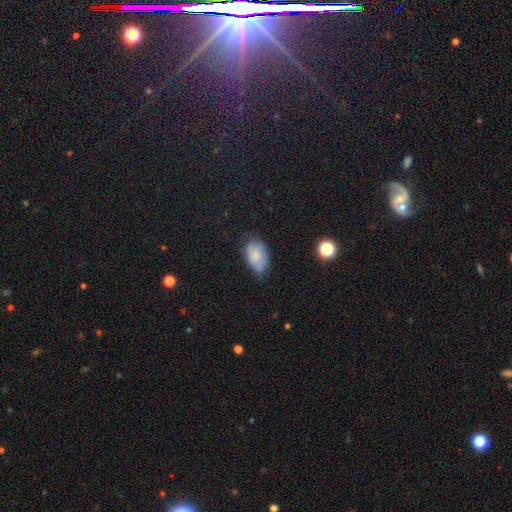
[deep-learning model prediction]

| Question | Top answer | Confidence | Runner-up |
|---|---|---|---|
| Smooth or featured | smooth | 78% | featured or disk (14%) |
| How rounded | in between | 88% | round (11%) |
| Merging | none | 56% | minor disturbance (33%) |